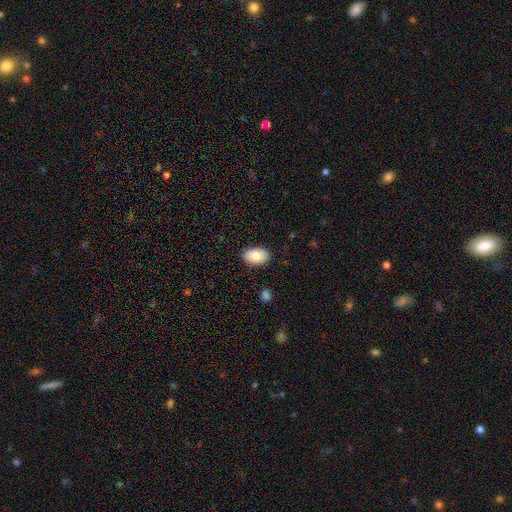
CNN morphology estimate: Smooth or featured? Predicted: smooth (p=0.82). How rounded? Predicted: in between (p=0.88). Merging? Predicted: none (p=0.89).